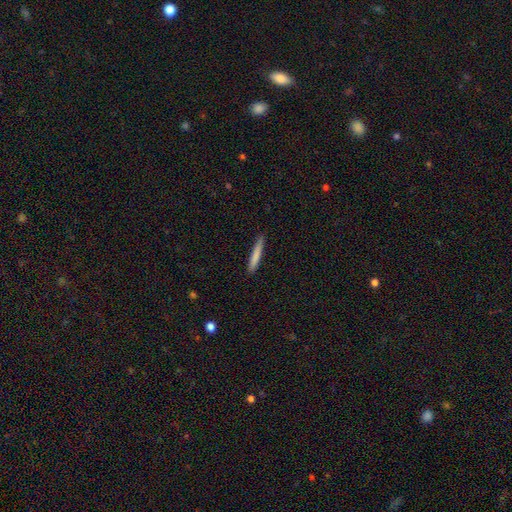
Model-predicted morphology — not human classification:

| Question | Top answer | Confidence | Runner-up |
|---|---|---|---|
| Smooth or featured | smooth | 78% | featured or disk (16%) |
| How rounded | cigar-shaped | 95% | in between (4%) |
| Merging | none | 87% | minor disturbance (10%) |